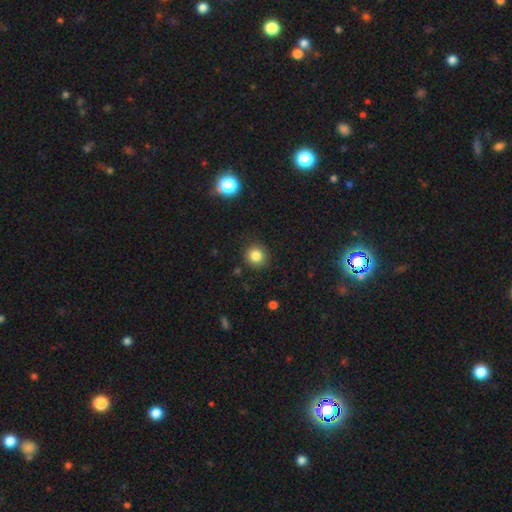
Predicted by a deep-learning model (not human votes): smooth-or-featured: smooth: 83% | star or artifact: 12% | featured or disk: 5%
  how-rounded: round: 90% | in between: 9% | cigar-shaped: 1%
  merging: none: 88% | minor disturbance: 8% | major disturbance: 2% | merger: 1%